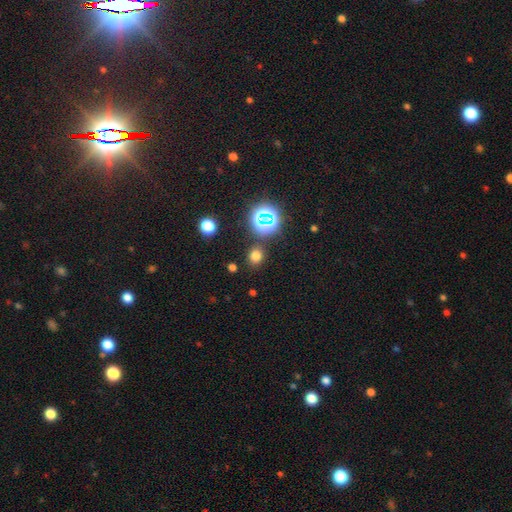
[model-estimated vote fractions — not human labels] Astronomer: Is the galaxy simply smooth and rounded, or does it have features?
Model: smooth — 69%.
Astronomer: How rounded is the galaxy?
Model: round — 76%.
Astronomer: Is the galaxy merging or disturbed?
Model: none — 85%.